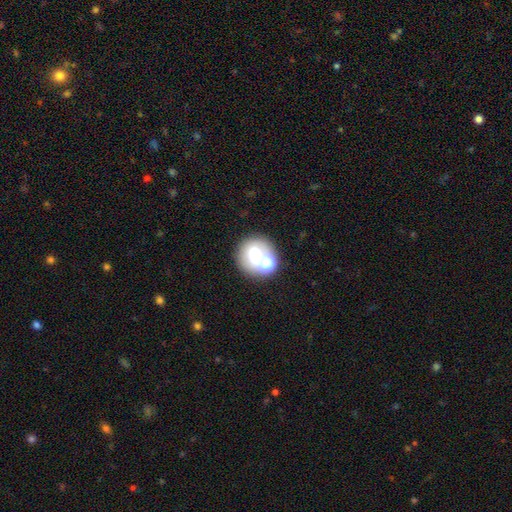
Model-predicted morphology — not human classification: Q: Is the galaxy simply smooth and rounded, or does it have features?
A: smooth — 58%.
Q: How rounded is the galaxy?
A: round — 75%.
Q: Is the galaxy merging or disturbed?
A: none — 47%.